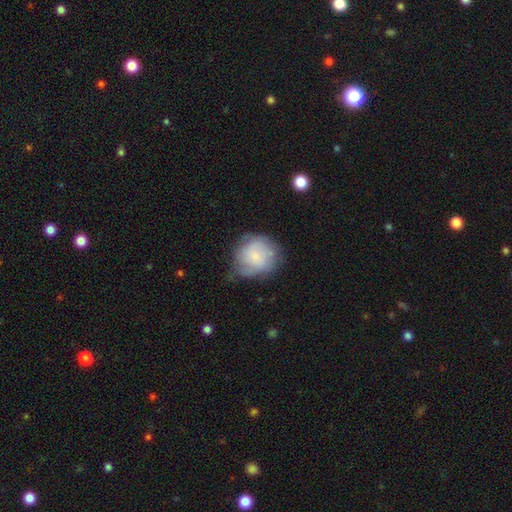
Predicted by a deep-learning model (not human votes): Overall: smooth (56%; featured or disk 36%). How rounded: round (80%). Merging: none (49%; minor disturbance 34%).